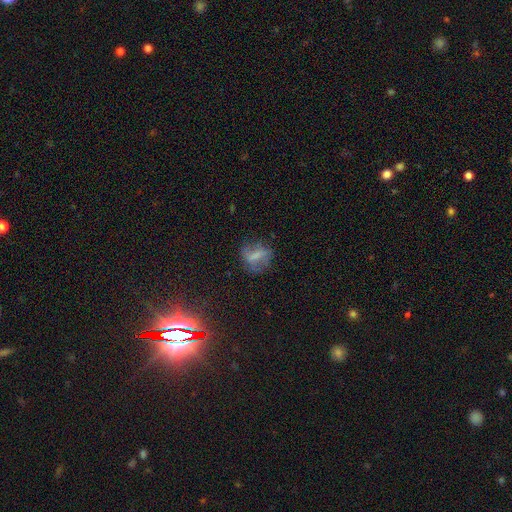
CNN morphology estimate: Q: Smooth or featured?
A: smooth (51%); runner-up: featured or disk (34%)
Q: How rounded?
A: in between (50%); runner-up: round (43%)
Q: Merging?
A: none (58%); runner-up: minor disturbance (22%)